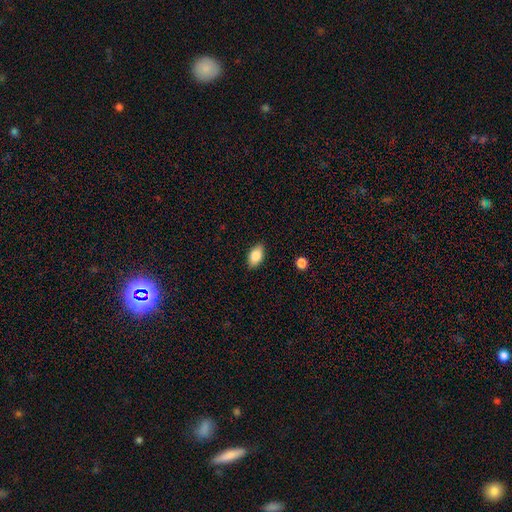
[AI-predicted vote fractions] Smooth or featured? Predicted: smooth (p=0.82). How rounded? Predicted: in between (p=0.90). Merging? Predicted: none (p=0.87).